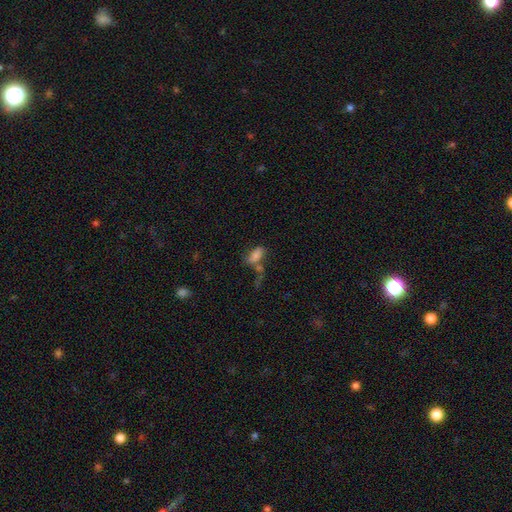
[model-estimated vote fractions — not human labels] Smooth or featured: smooth — 76% (featured or disk — 13%)
How rounded: in between — 88% (cigar-shaped — 7%)
Merging: none — 43% (merger — 29%)